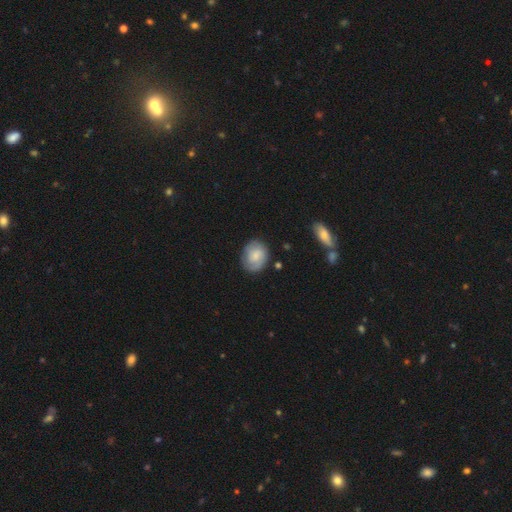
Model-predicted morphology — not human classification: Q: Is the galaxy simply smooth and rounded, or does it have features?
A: smooth — 56%.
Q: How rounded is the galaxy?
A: round — 53%.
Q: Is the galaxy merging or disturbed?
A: none — 77%.